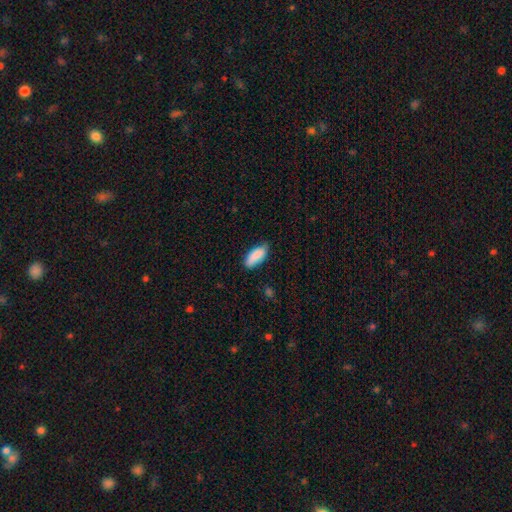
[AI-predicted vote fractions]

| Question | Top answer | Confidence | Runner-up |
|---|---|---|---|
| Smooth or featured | smooth | 88% | star or artifact (6%) |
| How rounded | in between | 85% | cigar-shaped (13%) |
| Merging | none | 73% | minor disturbance (23%) |